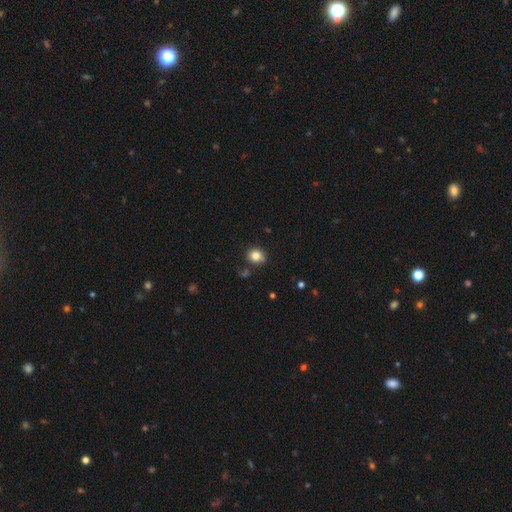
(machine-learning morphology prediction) This appears to be a smooth galaxy with no disk features (82%) that is round (82%). Merging: none (77%).